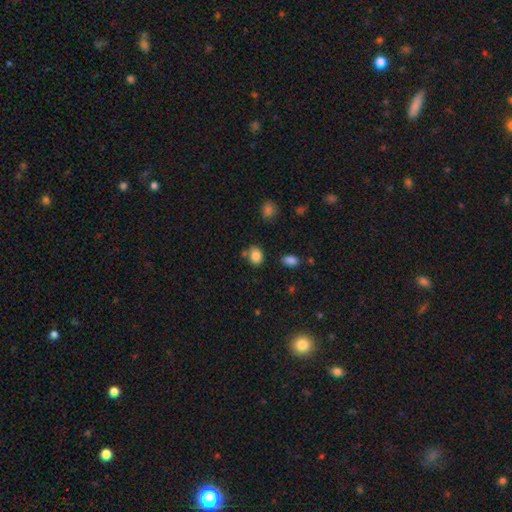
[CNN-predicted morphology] This is clearly a smooth galaxy (84%). How rounded: possibly round (55%). Merging: likely none (68%).